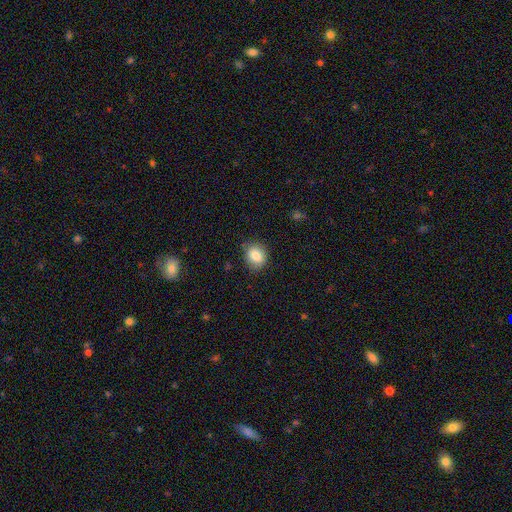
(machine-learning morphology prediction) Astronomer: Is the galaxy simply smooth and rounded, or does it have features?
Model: smooth — 84%.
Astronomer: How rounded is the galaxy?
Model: round — 62%.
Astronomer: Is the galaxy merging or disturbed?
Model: none — 81%.